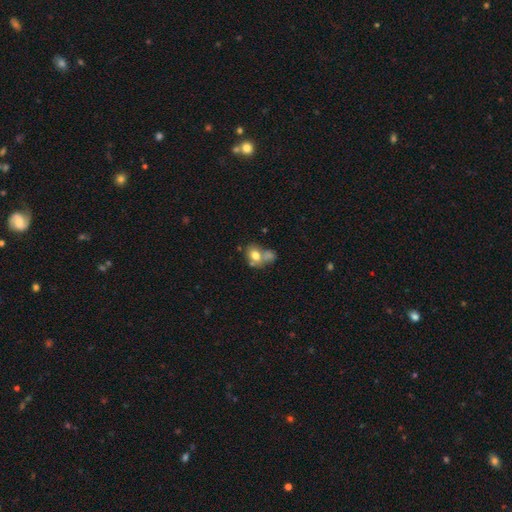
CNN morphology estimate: Smooth or featured? Predicted: smooth (p=0.72). How rounded? Predicted: in between (p=0.56). Merging? Predicted: merger (p=0.51).